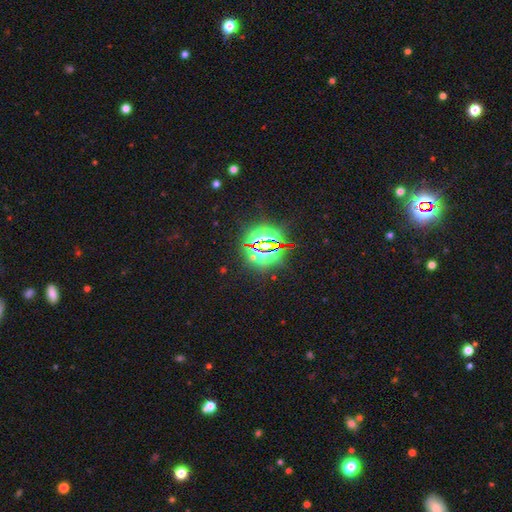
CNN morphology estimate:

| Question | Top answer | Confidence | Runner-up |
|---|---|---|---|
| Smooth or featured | star or artifact | 82% | smooth (10%) |